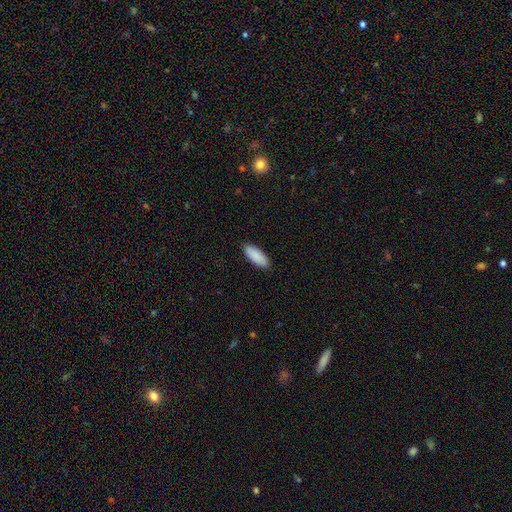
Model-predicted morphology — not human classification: A smooth galaxy with no disk features (91%) that is in between round and cigar-shaped (73%).

Vote fractions:
- Smooth or featured? smooth: 91% / star or artifact: 5% / featured or disk: 4%
- How rounded? in between: 73% / cigar-shaped: 25% / round: 2%
- Merging? none: 89% / minor disturbance: 9% / major disturbance: 2% / merger: 1%